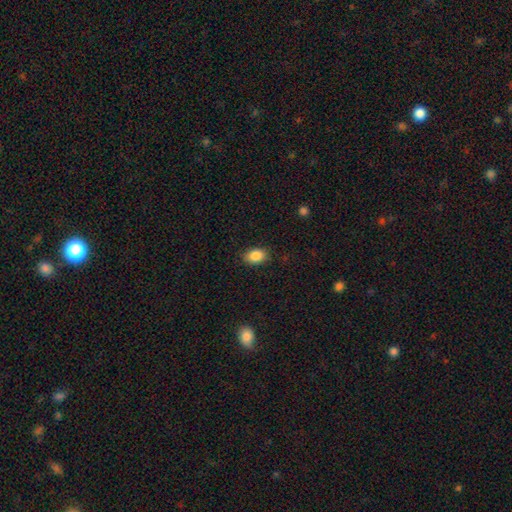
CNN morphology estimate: Smooth or featured? smooth (87%)
How rounded? in between (80%)
Merging? none (86%)